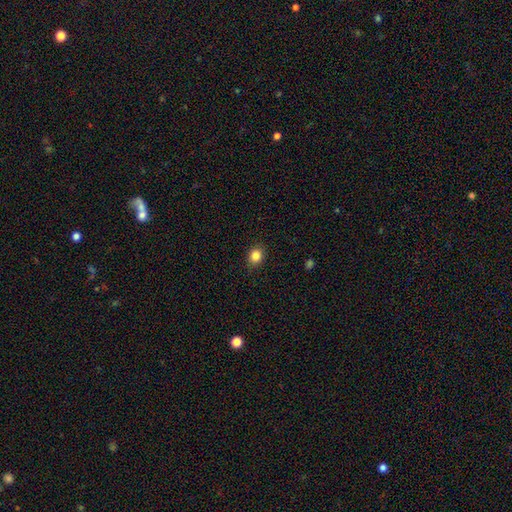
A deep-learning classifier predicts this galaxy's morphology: This appears to be a smooth galaxy with no disk features (84%) that is round (63%). Merging: none (89%).